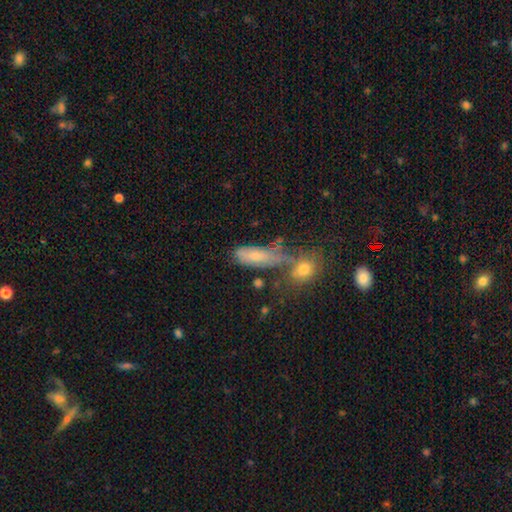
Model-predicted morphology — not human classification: Smooth or featured? Predicted: smooth (p=0.65). How rounded? Predicted: in between (p=0.62). Merging? Predicted: none (p=0.46).